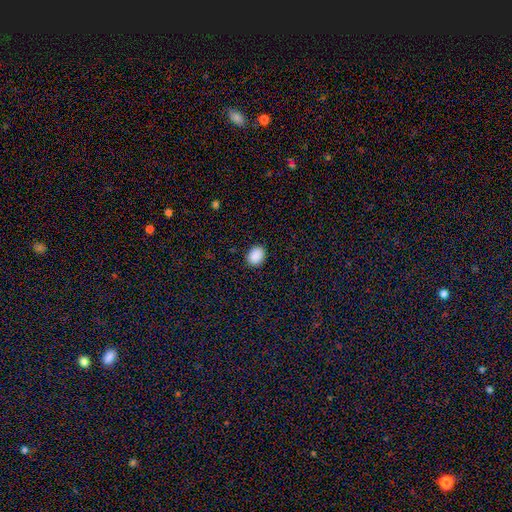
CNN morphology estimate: The model was most divided on "how rounded": in between: 51%, round: 48%, cigar-shaped: 1%. More confident: merging — none (90%); smooth or featured — smooth (90%).